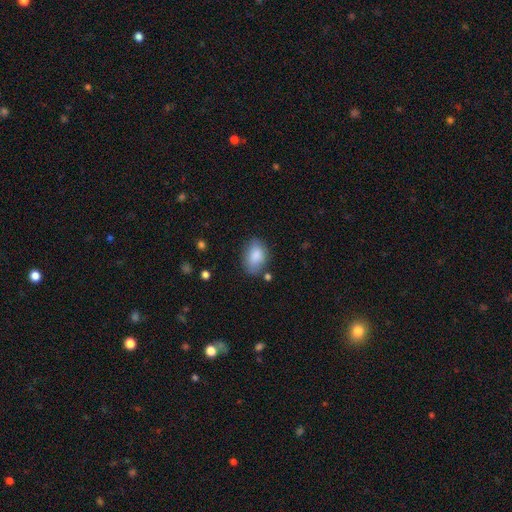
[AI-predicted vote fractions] smooth 86%, featured or disk 8%, star or artifact 7%. Down the decision tree: how rounded — in between (86%); merging — none (72%).